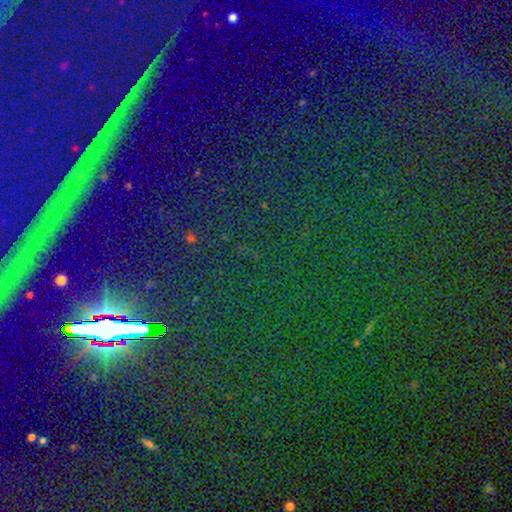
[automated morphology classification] Smooth or featured?
  - star or artifact: 79% *
  - smooth: 13%
  - featured or disk: 8%